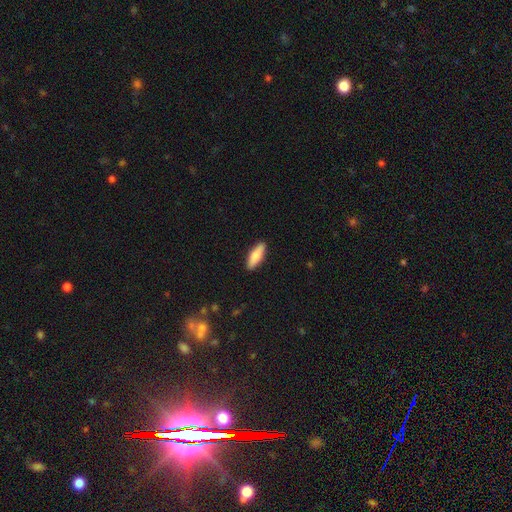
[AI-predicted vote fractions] smooth 78%, featured or disk 17%, star or artifact 5%. Down the decision tree: how rounded — in between (49%, tied with cigar-shaped); merging — none (89%).